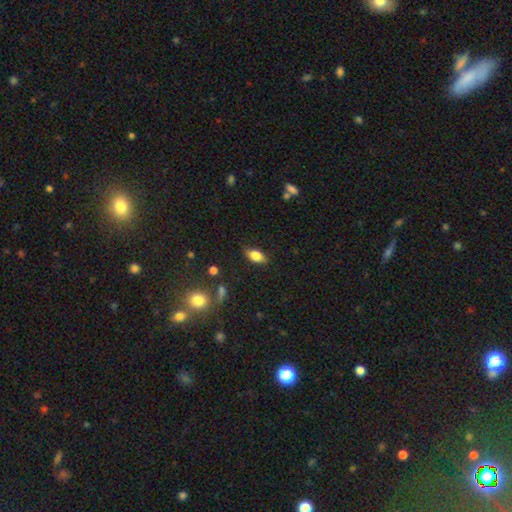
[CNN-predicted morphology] A smooth galaxy with no disk features (76%) that is in between round and cigar-shaped (86%). Merging: none (81%).